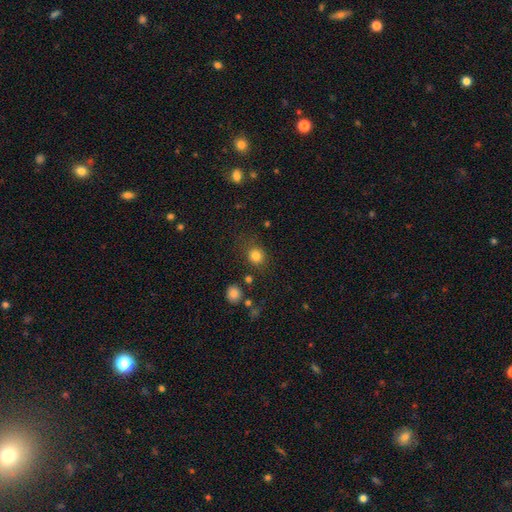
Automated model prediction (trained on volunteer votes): Smooth or featured? Predicted: smooth (p=0.82). How rounded? Predicted: round (p=0.84). Merging? Predicted: none (p=0.78).